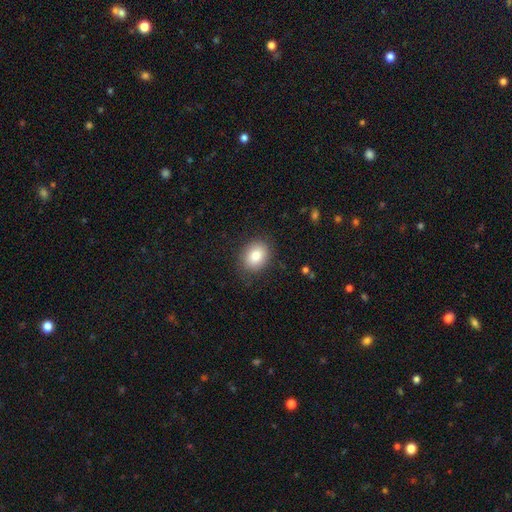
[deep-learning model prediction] A smooth galaxy with no disk features (83%) that is in between round and cigar-shaped (54%).

Vote fractions:
- Smooth or featured? smooth: 83% / featured or disk: 9% / star or artifact: 9%
- How rounded? in between: 54% / round: 45% / cigar-shaped: 1%
- Merging? none: 84% / minor disturbance: 12% / major disturbance: 3% / merger: 1%